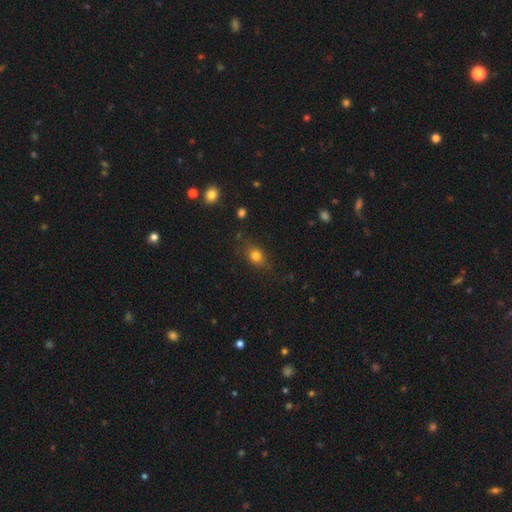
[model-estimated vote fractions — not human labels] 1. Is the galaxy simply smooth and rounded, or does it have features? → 77% smooth, 12% star or artifact, 10% featured or disk.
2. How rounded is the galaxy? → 55% in between, 41% round, 4% cigar-shaped.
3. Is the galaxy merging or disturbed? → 77% none, 17% minor disturbance, 5% major disturbance, 2% merger.